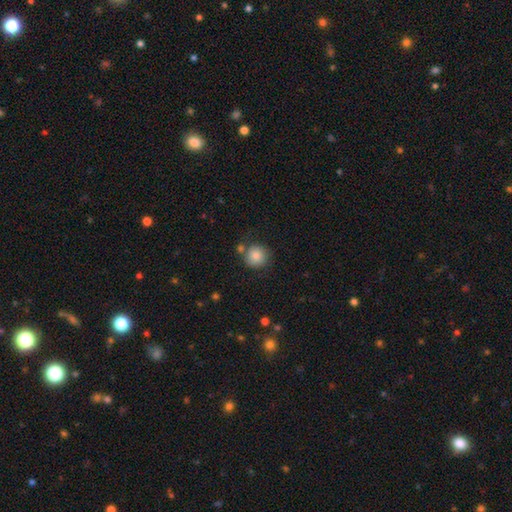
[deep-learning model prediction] smooth-or-featured: smooth: 85% | star or artifact: 9% | featured or disk: 6%
  how-rounded: round: 93% | in between: 6% | cigar-shaped: 1%
  merging: none: 76% | minor disturbance: 11% | merger: 9% | major disturbance: 4%